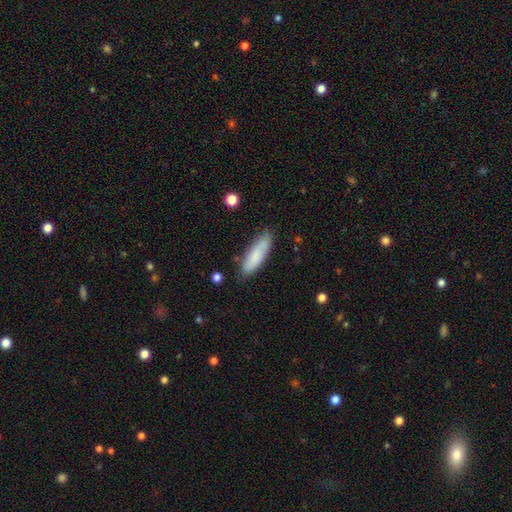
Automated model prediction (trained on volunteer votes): smooth_or_featured: smooth (p=0.80) [alt: featured or disk p=0.14]
how_rounded: cigar-shaped (p=0.51) [alt: in between p=0.47]
merging: none (p=0.79) [alt: minor disturbance p=0.16]